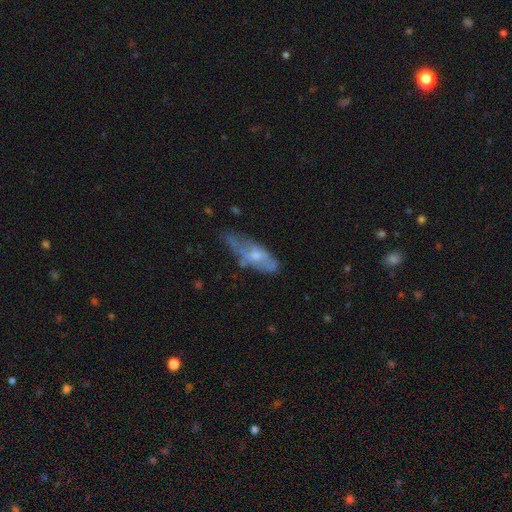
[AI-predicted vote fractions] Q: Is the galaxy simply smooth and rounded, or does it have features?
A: featured or disk — 51%.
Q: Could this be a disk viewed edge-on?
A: no — 77%.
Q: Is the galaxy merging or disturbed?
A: none — 37%.